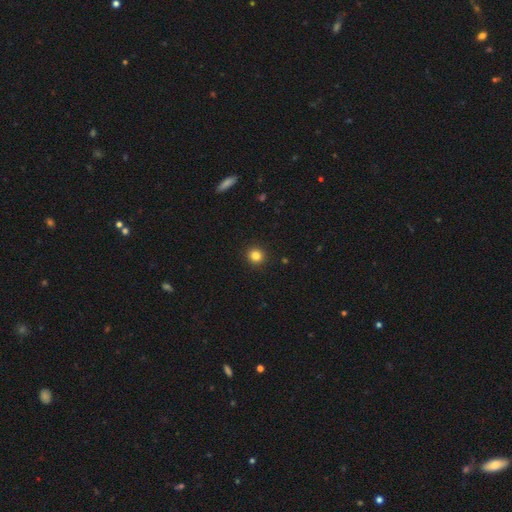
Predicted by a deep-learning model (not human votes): smooth 83%, star or artifact 12%, featured or disk 5%. Down the decision tree: how rounded — round (92%); merging — none (93%).